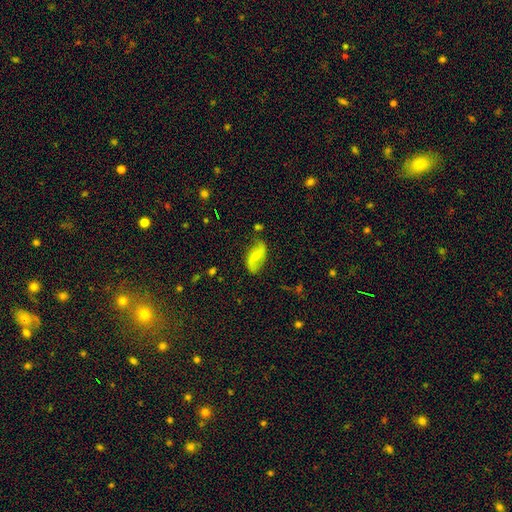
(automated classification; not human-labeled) Smooth or featured: featured or disk — 62% (smooth — 30%)
Edge-on disk: no — 93% (yes — 7%)
Bar: no — 43% (weak — 37%)
Spiral arms: yes — 84% (no — 16%)
Bulge size: small — 48% (moderate — 46%)
Merging: none — 73% (minor disturbance — 19%)